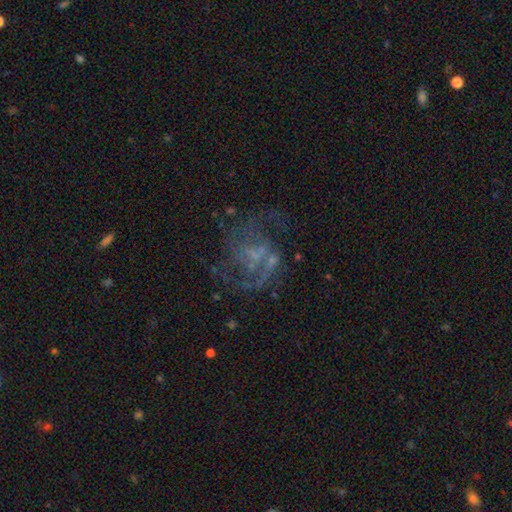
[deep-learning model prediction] Smooth or featured: featured or disk — 74% (star or artifact — 15%)
Edge-on disk: no — 98% (yes — 2%)
Bar: no — 59% (weak — 33%)
Spiral arms: yes — 78% (no — 22%)
Spiral winding: medium — 45% (loose — 38%)
Spiral arm count: 2 — 50% (can't tell — 22%)
Bulge size: none — 51% (small — 32%)
Merging: none — 50% (major disturbance — 28%)